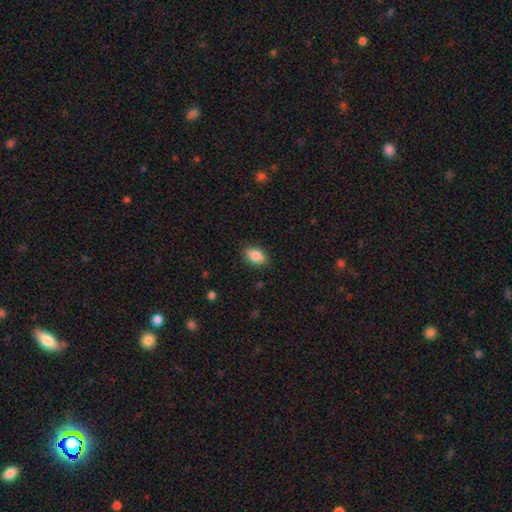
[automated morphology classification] Smooth or featured?
  - smooth: 85% *
  - star or artifact: 8%
  - featured or disk: 8%
How rounded?
  - in between: 87% *
  - round: 11%
  - cigar-shaped: 2%
Merging?
  - none: 85% *
  - minor disturbance: 11%
  - major disturbance: 3%
  - merger: 1%